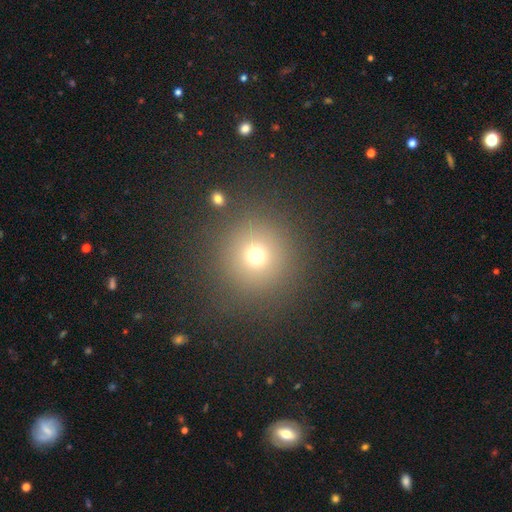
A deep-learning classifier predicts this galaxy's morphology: Smooth or featured?
  - smooth: 70% *
  - star or artifact: 20%
  - featured or disk: 10%
How rounded?
  - round: 95% *
  - in between: 5%
  - cigar-shaped: 1%
Merging?
  - none: 85% *
  - minor disturbance: 7%
  - major disturbance: 5%
  - merger: 3%